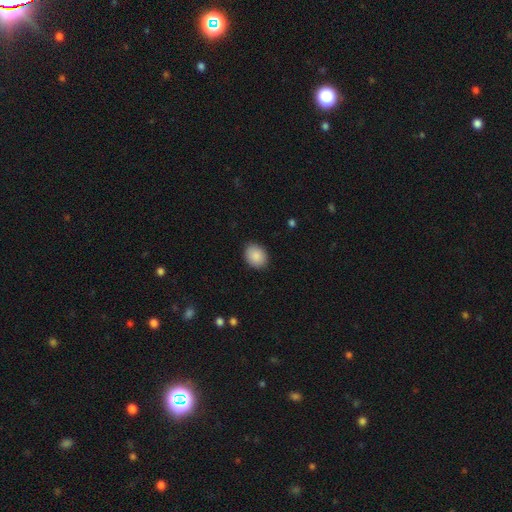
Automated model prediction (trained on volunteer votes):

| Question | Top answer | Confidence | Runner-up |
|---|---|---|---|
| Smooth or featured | smooth | 89% | star or artifact (7%) |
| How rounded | in between | 59% | round (40%) |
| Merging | none | 88% | minor disturbance (9%) |